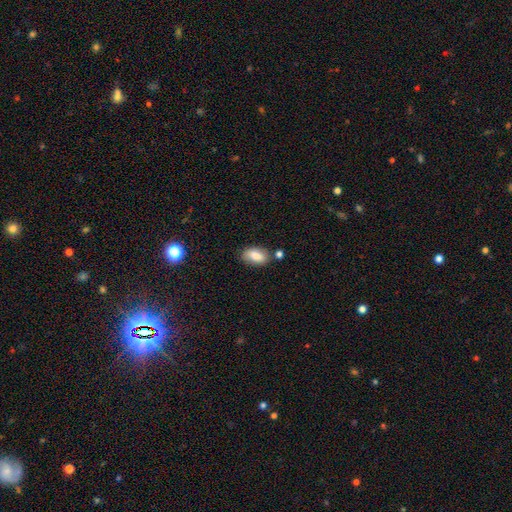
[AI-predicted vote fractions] Morphology: type=smooth (83%); roundness=in between (92%); merging=none (70%).